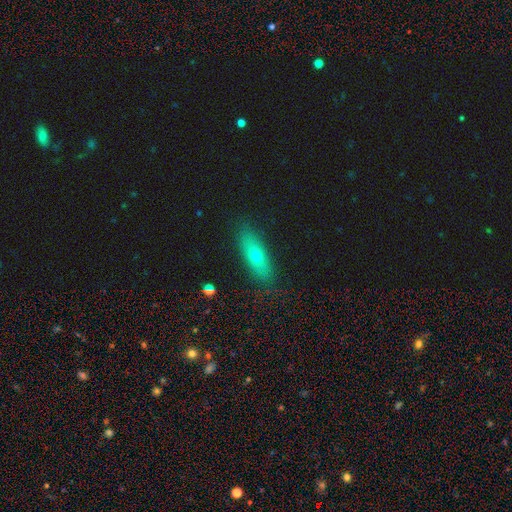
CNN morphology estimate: type=smooth (65%); roundness=in between (53%); merging=none (85%).